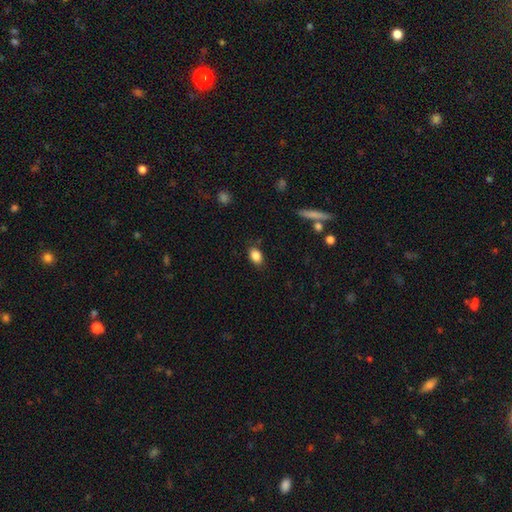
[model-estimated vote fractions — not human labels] The model was most divided on "how rounded": in between: 82%, round: 17%, cigar-shaped: 2%. More confident: smooth or featured — smooth (86%); merging — none (83%).